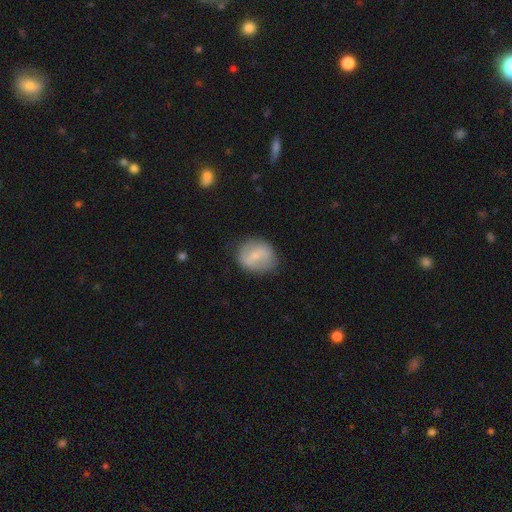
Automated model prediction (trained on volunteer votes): This is possibly a smooth galaxy (54%). How rounded: likely round (67%). Merging: likely none (78%).